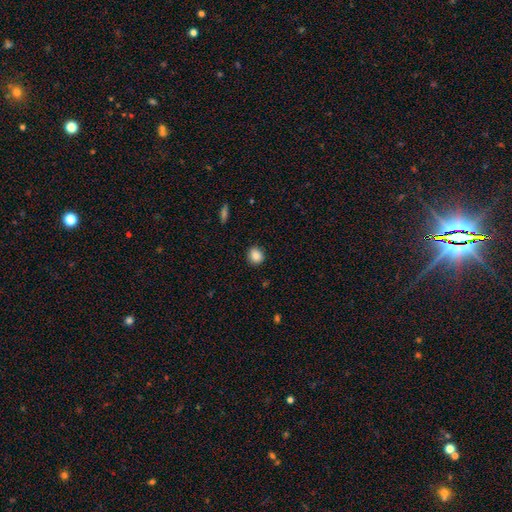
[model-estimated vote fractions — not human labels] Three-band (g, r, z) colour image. It shows a smooth galaxy with no disk features (86%) that is round (79%). Merging: none (89%).